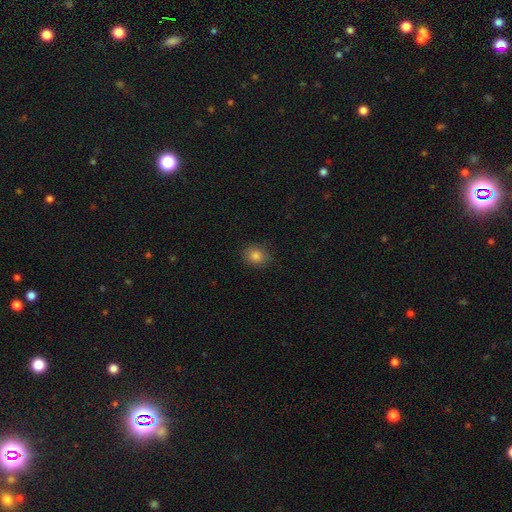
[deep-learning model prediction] Morphology: type=smooth (83%); roundness=round (56%); merging=none (86%).